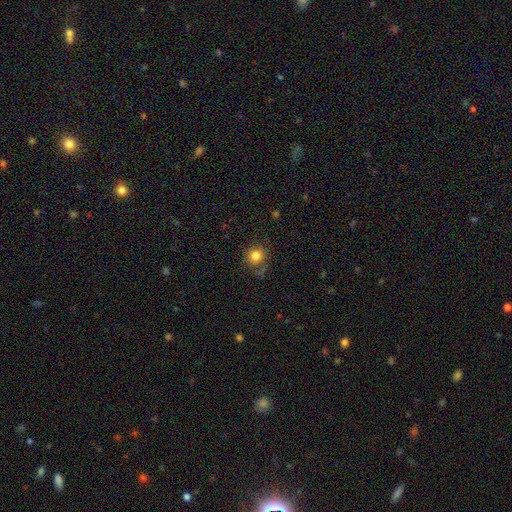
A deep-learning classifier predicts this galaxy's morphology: smooth_or_featured: smooth (p=0.81) [alt: star or artifact p=0.11]
how_rounded: round (p=0.89) [alt: in between p=0.10]
merging: none (p=0.73) [alt: minor disturbance p=0.16]